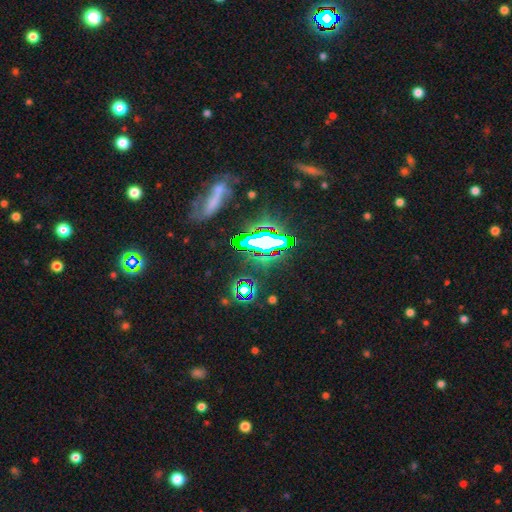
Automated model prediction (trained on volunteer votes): Morphology: type=star or artifact (63%).